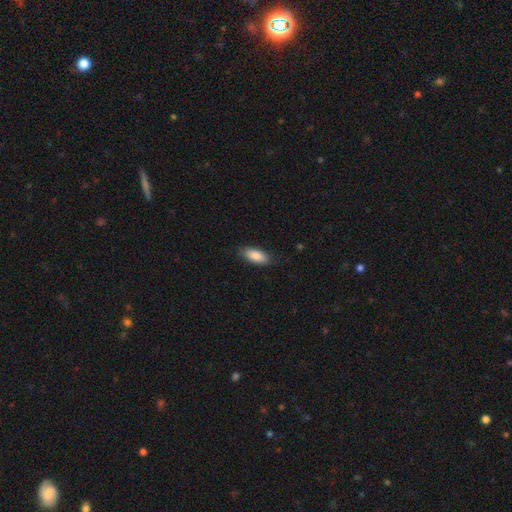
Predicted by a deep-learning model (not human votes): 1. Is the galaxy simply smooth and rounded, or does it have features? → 86% smooth, 7% featured or disk, 6% star or artifact.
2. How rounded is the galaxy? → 81% in between, 17% cigar-shaped, 2% round.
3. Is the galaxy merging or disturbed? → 83% none, 13% minor disturbance, 3% major disturbance, 1% merger.